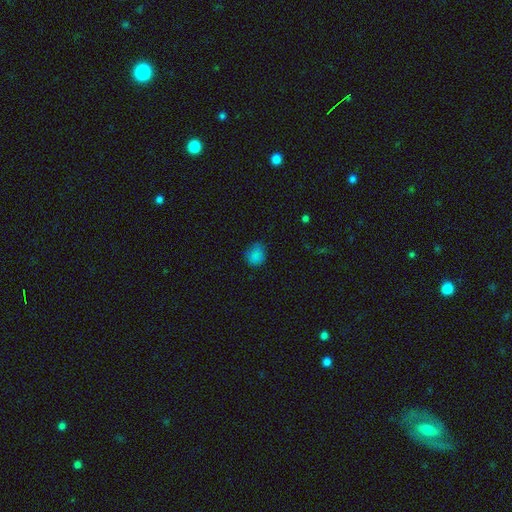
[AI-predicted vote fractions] Smooth or featured?
  - smooth: 81% *
  - star or artifact: 14%
  - featured or disk: 5%
How rounded?
  - round: 59% *
  - in between: 40%
  - cigar-shaped: 1%
Merging?
  - none: 67% *
  - minor disturbance: 26%
  - major disturbance: 6%
  - merger: 2%